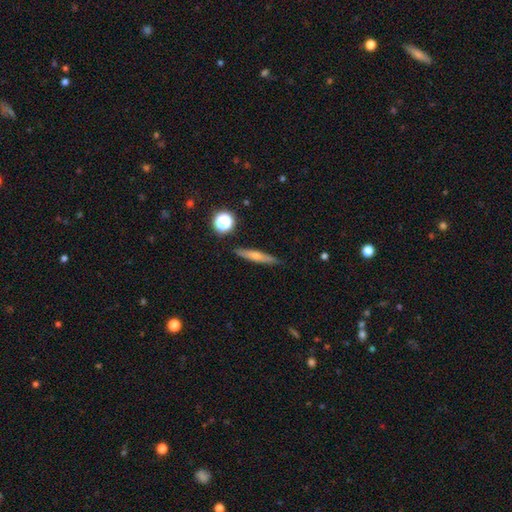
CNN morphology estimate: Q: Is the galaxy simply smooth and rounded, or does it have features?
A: smooth — 56%.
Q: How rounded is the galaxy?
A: cigar-shaped — 87%.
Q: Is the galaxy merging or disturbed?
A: none — 87%.